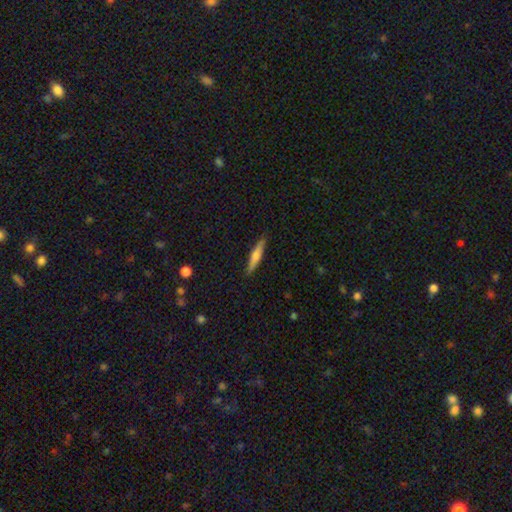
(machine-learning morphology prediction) smooth 54%, featured or disk 40%, star or artifact 6%. Down the decision tree: how rounded — cigar-shaped (90%); merging — none (89%).